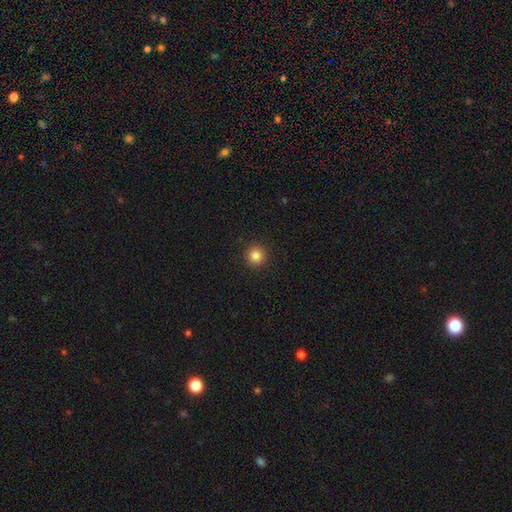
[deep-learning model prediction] Smooth or featured? Predicted: smooth (p=0.84). How rounded? Predicted: round (p=0.94). Merging? Predicted: none (p=0.92).